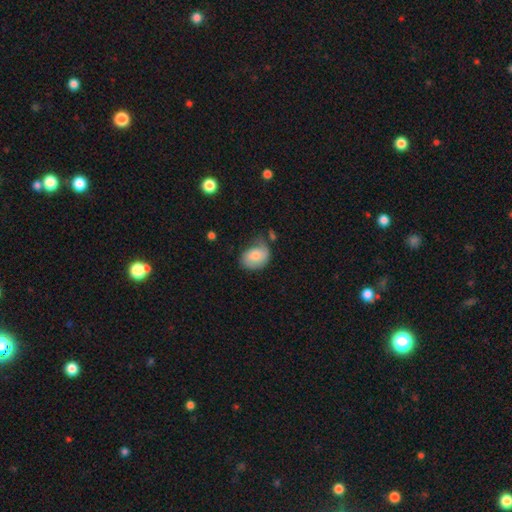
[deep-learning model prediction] A smooth galaxy with no disk features (73%) that is in between round and cigar-shaped (66%). Merging: none (44%).